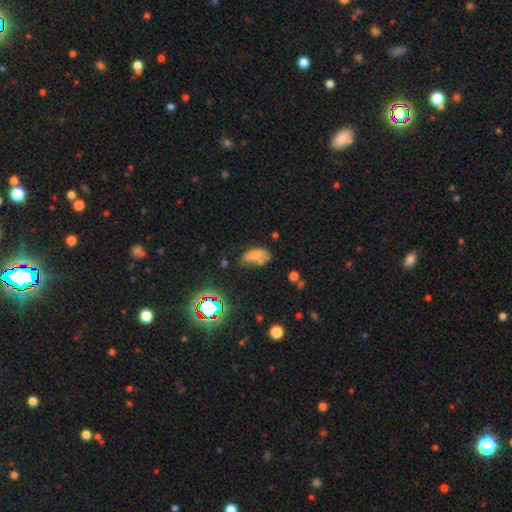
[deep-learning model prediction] Morphology: type=smooth (64%); roundness=in between (89%); merging=none (39%).